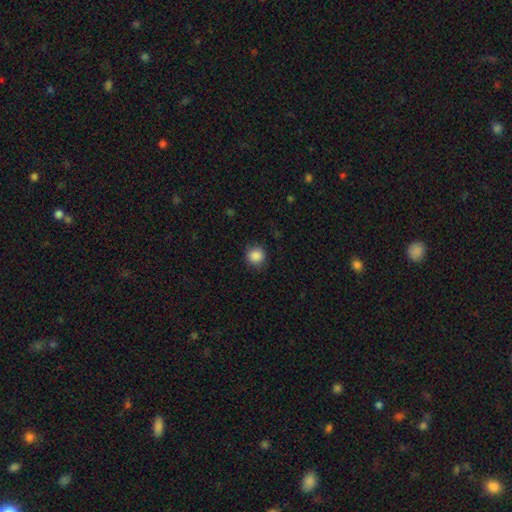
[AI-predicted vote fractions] smooth_or_featured: smooth (p=0.88) [alt: star or artifact p=0.09]
how_rounded: round (p=0.91) [alt: in between p=0.08]
merging: none (p=0.86) [alt: minor disturbance p=0.10]